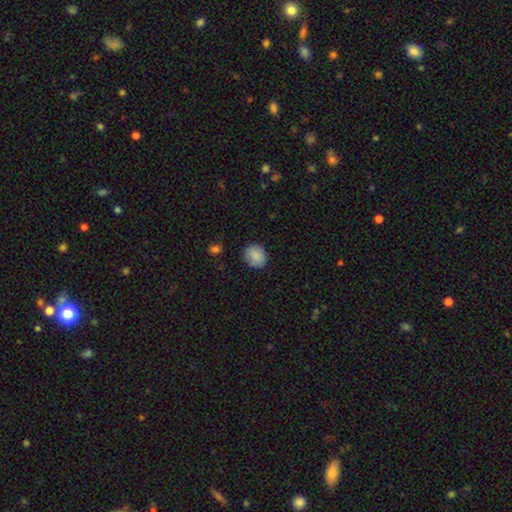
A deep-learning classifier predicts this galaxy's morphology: The model was most divided on "how rounded": round: 75%, in between: 24%, cigar-shaped: 1%. More confident: smooth or featured — smooth (85%); merging — none (85%).